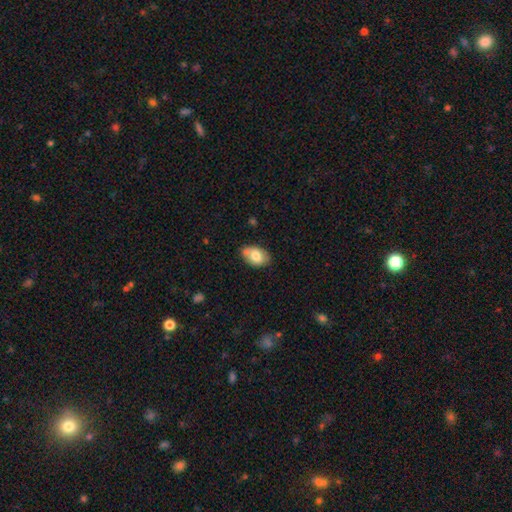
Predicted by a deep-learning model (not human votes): Q: Smooth or featured?
A: smooth (76%); runner-up: featured or disk (17%)
Q: How rounded?
A: in between (86%); runner-up: round (13%)
Q: Merging?
A: none (65%); runner-up: minor disturbance (22%)